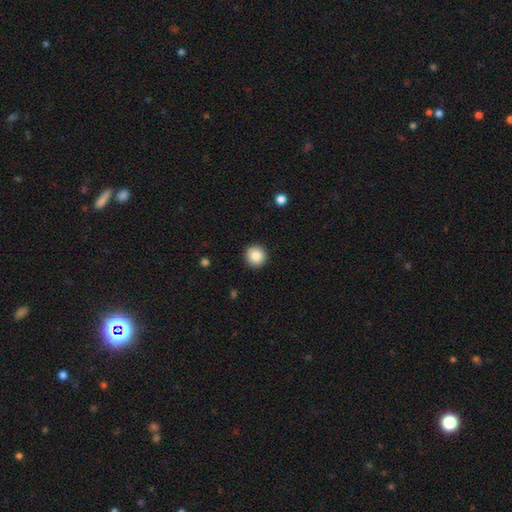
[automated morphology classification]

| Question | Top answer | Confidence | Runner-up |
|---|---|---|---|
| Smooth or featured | smooth | 86% | star or artifact (9%) |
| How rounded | round | 95% | in between (4%) |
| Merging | none | 93% | minor disturbance (5%) |